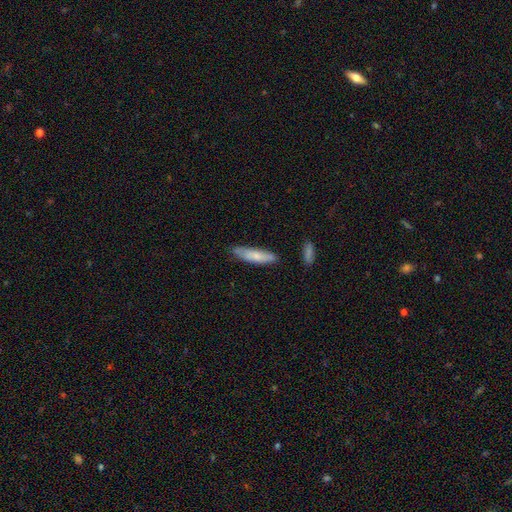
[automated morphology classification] smooth 69%, featured or disk 26%, star or artifact 6%. Down the decision tree: how rounded — cigar-shaped (73%); merging — none (73%).